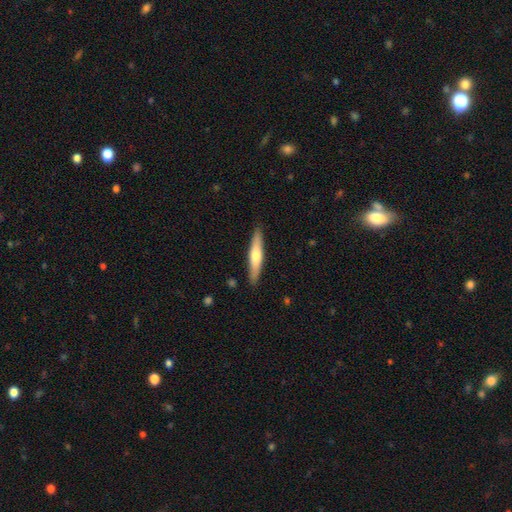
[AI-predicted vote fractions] smooth 54%, featured or disk 41%, star or artifact 5%. Down the decision tree: how rounded — cigar-shaped (88%); merging — none (89%).